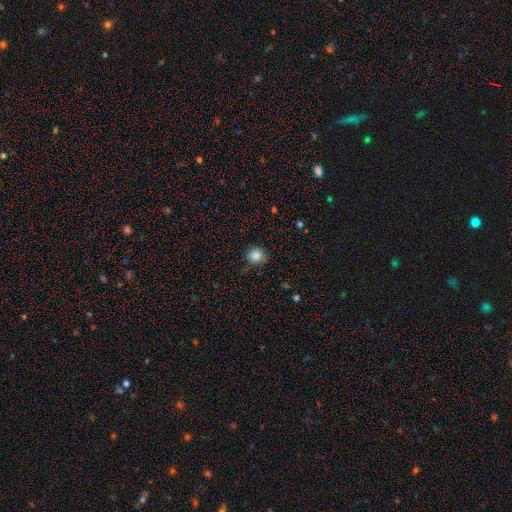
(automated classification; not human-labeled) smooth_or_featured: smooth (p=0.85) [alt: star or artifact p=0.11]
how_rounded: round (p=0.91) [alt: in between p=0.08]
merging: none (p=0.84) [alt: minor disturbance p=0.12]